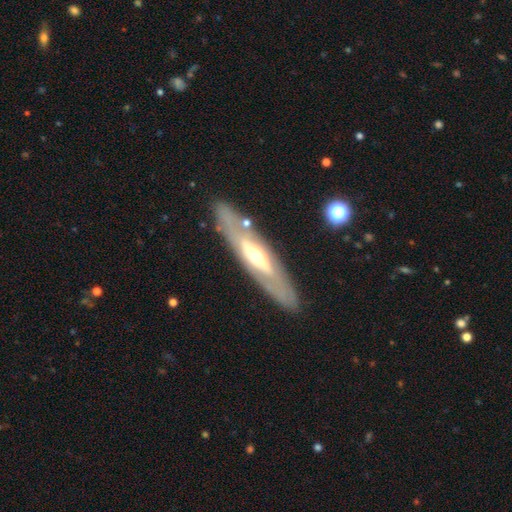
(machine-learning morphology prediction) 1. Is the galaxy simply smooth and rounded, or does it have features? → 69% featured or disk, 25% smooth, 5% star or artifact.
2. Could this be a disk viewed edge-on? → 58% no, 42% yes.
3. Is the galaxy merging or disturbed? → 83% none, 11% minor disturbance, 4% major disturbance, 2% merger.